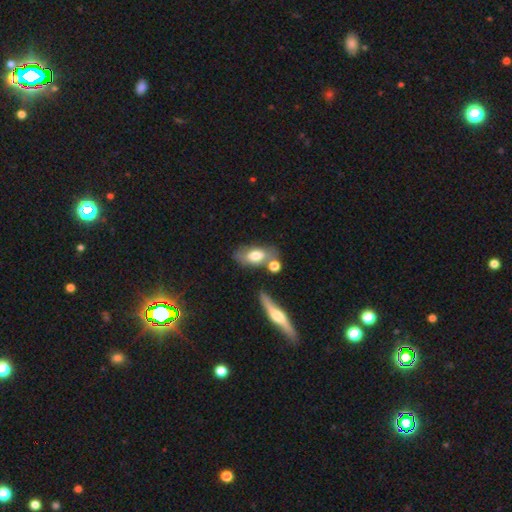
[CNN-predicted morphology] This is likely a smooth galaxy (63%). How rounded: clearly in between (86%). Merging: possibly none (52%).